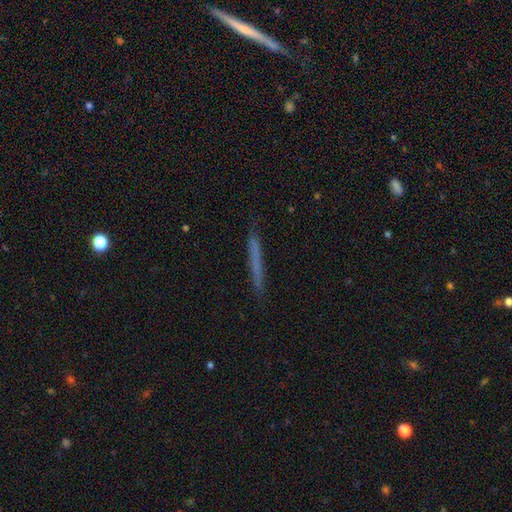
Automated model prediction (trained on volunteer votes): smooth-or-featured: smooth: 58% | featured or disk: 34% | star or artifact: 8%
  how-rounded: cigar-shaped: 96% | in between: 2% | round: 2%
  merging: none: 89% | minor disturbance: 8% | major disturbance: 2% | merger: 1%